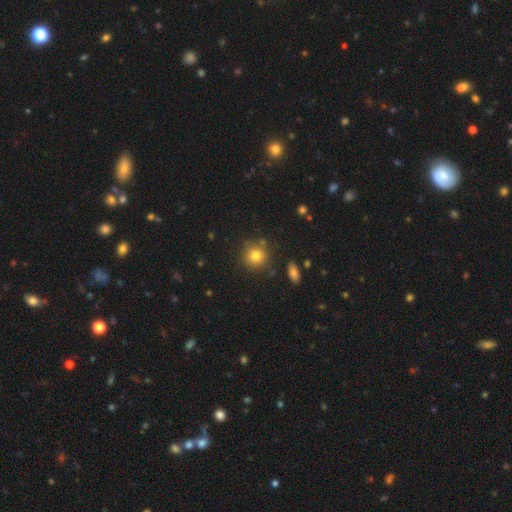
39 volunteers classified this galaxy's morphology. Q: Smooth or featured?
A: smooth (79%); runner-up: featured or disk (10%)
Q: How rounded?
A: round (100%)
Q: Merging?
A: none (97%); runner-up: minor disturbance (3%)